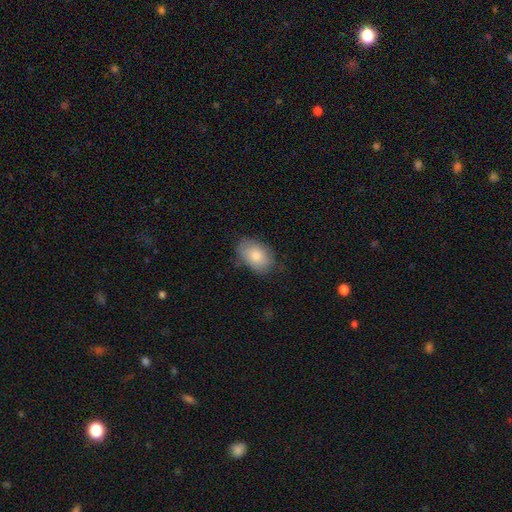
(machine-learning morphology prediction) This is clearly a smooth galaxy (82%). How rounded: clearly in between (88%). Merging: likely none (71%).